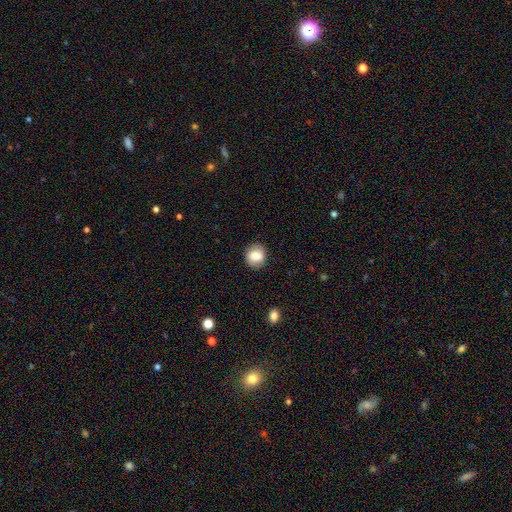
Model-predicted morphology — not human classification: A smooth galaxy with no disk features (81%) that is round (80%).

Vote fractions:
- Smooth or featured? smooth: 81% / featured or disk: 10% / star or artifact: 9%
- How rounded? round: 80% / in between: 19% / cigar-shaped: 1%
- Merging? none: 89% / minor disturbance: 8% / major disturbance: 2% / merger: 1%